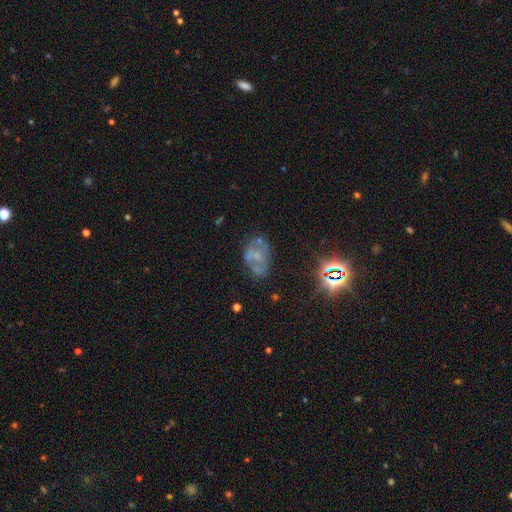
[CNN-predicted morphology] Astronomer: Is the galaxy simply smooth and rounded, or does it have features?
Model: featured or disk — 55% (runner-up: smooth, 30%).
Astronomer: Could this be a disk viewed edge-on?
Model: no — 96%.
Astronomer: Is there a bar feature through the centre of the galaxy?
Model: no — 85%.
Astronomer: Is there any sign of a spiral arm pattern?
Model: no — 76%.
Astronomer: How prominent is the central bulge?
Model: small — 38% (runner-up: none, 31%).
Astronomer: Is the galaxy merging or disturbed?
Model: none — 50%.